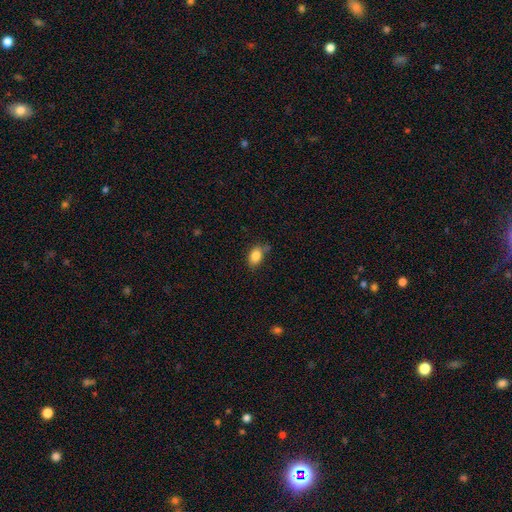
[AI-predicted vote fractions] Smooth or featured? smooth (84%)
How rounded? in between (81%)
Merging? none (63%)